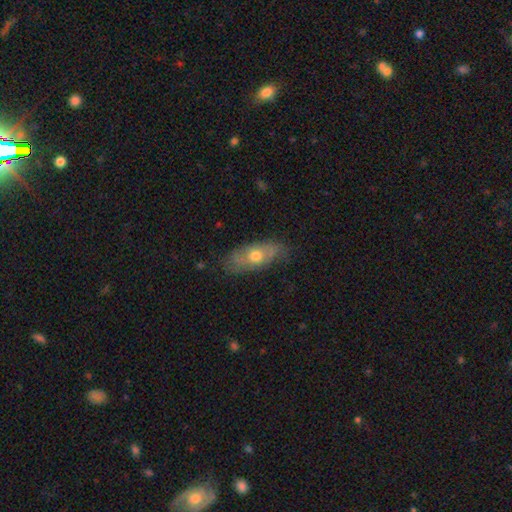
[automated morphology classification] smooth 54%, featured or disk 39%, star or artifact 7%. Down the decision tree: how rounded — in between (78%); merging — none (66%).